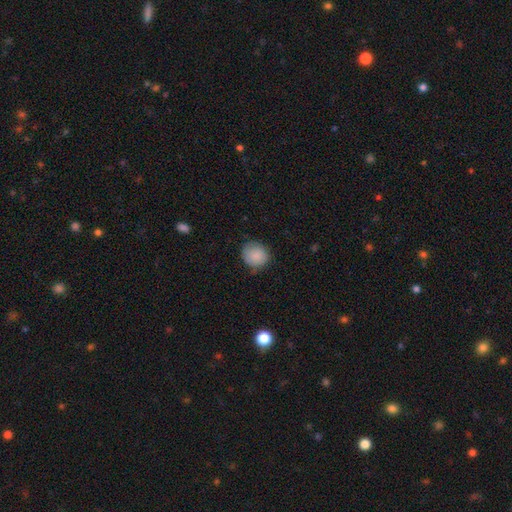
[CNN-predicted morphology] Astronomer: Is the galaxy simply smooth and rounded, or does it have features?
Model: smooth — 85%.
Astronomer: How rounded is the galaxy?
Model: round — 85%.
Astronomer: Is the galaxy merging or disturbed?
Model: none — 73%.